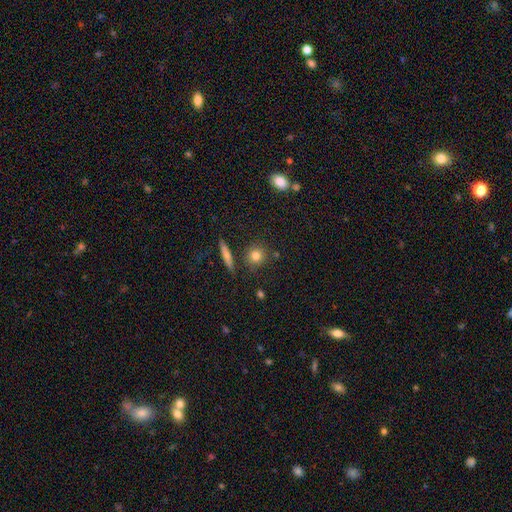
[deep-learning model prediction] Smooth or featured? Predicted: smooth (p=0.79). How rounded? Predicted: round (p=0.87). Merging? Predicted: none (p=0.81).